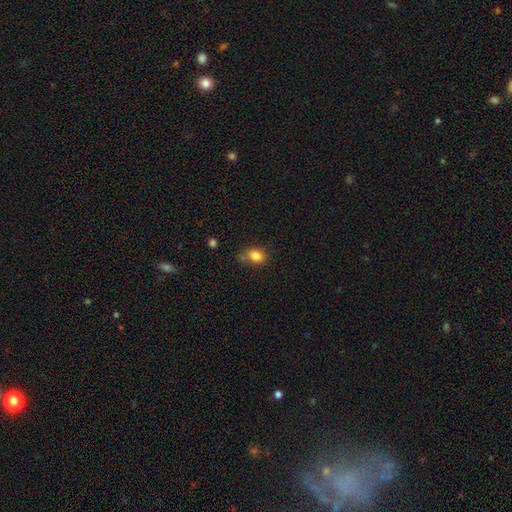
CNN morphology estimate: A smooth galaxy with no disk features (84%) that is in between round and cigar-shaped (65%). Merging: none (55%).